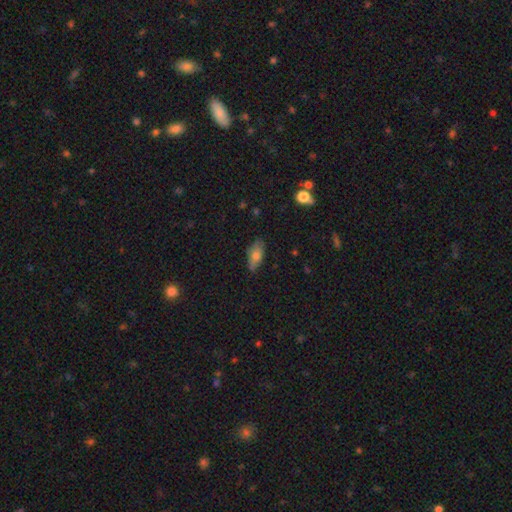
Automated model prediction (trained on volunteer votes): Q: Smooth or featured?
A: smooth (75%); runner-up: featured or disk (17%)
Q: How rounded?
A: in between (84%); runner-up: cigar-shaped (13%)
Q: Merging?
A: none (76%); runner-up: minor disturbance (20%)